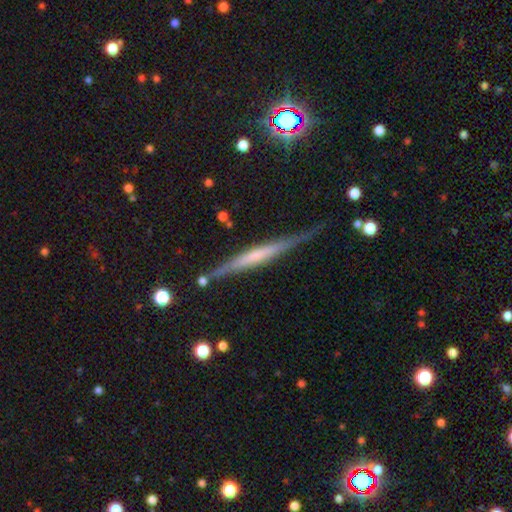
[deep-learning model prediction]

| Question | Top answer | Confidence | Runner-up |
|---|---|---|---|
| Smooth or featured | featured or disk | 63% | smooth (30%) |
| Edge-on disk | yes | 96% | no (4%) |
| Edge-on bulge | none | 58% | rounded (23%) |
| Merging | none | 76% | minor disturbance (17%) |